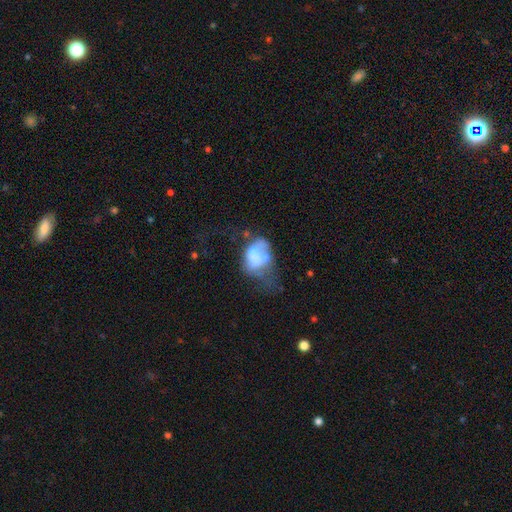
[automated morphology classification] Smooth or featured? smooth (47%)
Merging? merger (38%)